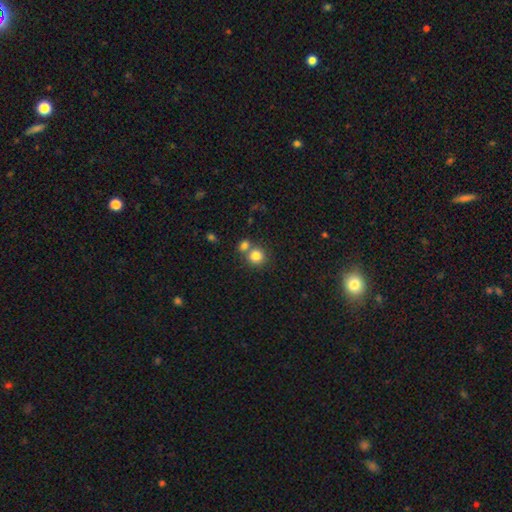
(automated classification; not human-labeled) Morphology: type=smooth (82%); roundness=round (88%); merging=none (57%).